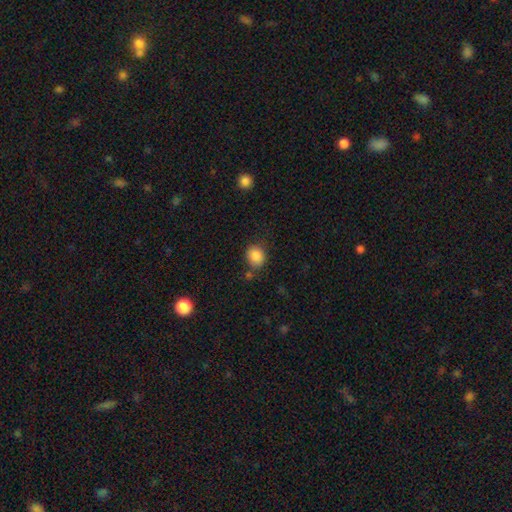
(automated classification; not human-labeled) A smooth galaxy with no disk features (86%) that is round (75%).

Vote fractions:
- Smooth or featured? smooth: 86% / star or artifact: 9% / featured or disk: 5%
- How rounded? round: 75% / in between: 25% / cigar-shaped: 1%
- Merging? none: 73% / minor disturbance: 16% / merger: 6% / major disturbance: 5%